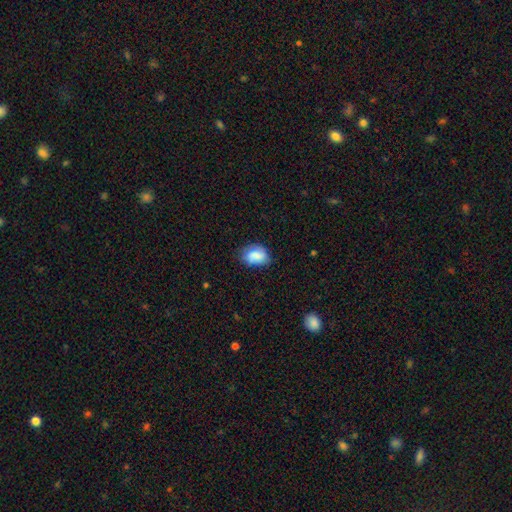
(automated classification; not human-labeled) smooth-or-featured: smooth: 80% | featured or disk: 12% | star or artifact: 8%
  how-rounded: in between: 80% | round: 19% | cigar-shaped: 1%
  merging: none: 62% | minor disturbance: 29% | major disturbance: 7% | merger: 2%